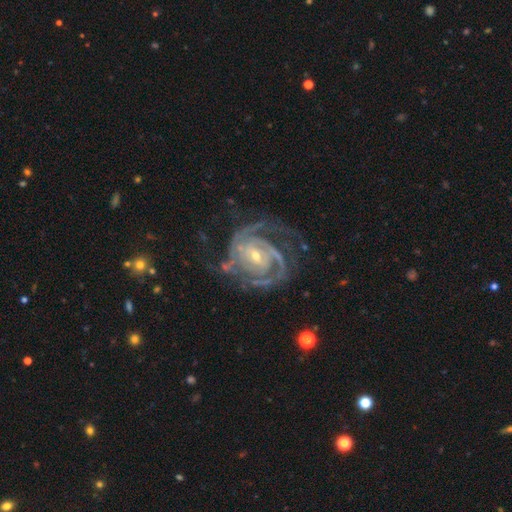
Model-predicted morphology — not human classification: This is clearly a featured or disk galaxy (92%). It is clearly not viewed edge-on (98%). Bar: marginally weak (41%). Spiral arm pattern: clearly yes (98%). Spiral arm count: marginally 2 (38%). Spiral winding: likely tight (63%). Central bulge: likely small (63%). Merging: likely none (61%).